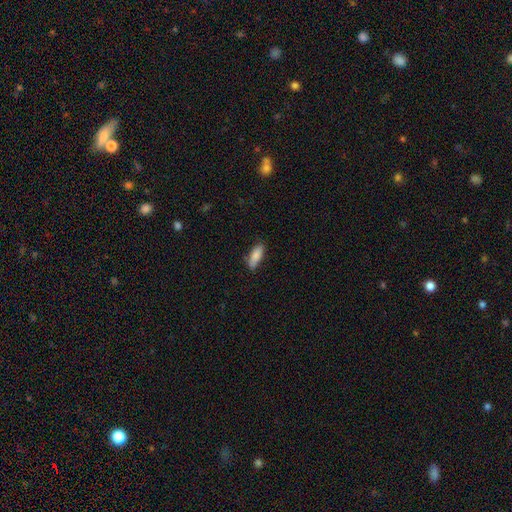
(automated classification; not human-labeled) Overall: smooth (86%). How rounded: in between (68%; cigar-shaped 30%). Merging: none (76%).